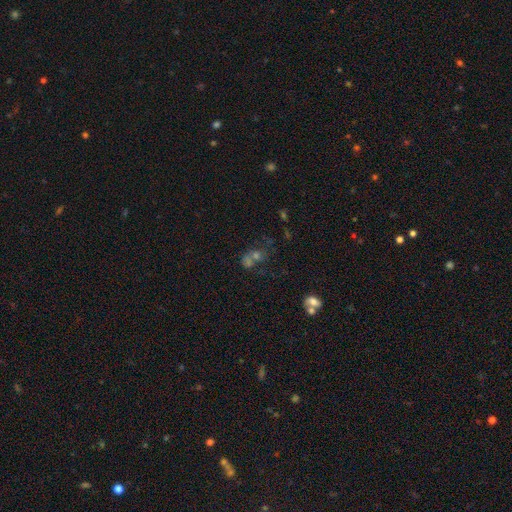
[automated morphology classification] The model was most divided on "merging": merger: 47%, none: 33%, major disturbance: 10%, minor disturbance: 10%. Remaining: smooth or featured — smooth (45%).